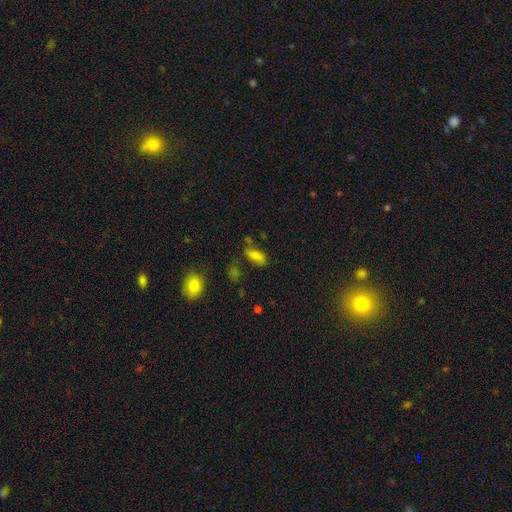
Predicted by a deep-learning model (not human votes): Smooth or featured? Predicted: smooth (p=0.80). How rounded? Predicted: in between (p=0.84). Merging? Predicted: none (p=0.64).